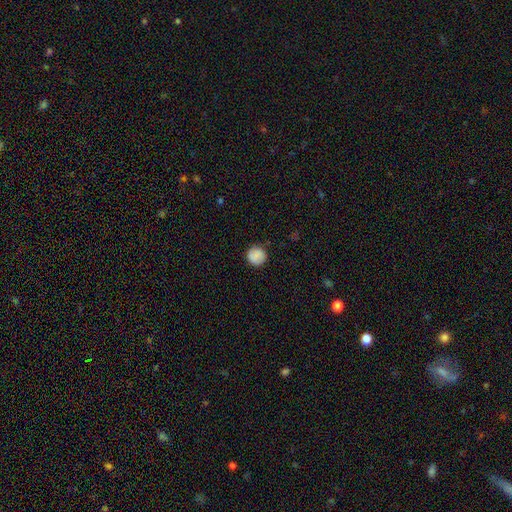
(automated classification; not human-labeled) smooth-or-featured: smooth: 86% | star or artifact: 8% | featured or disk: 6%
  how-rounded: round: 93% | in between: 6% | cigar-shaped: 1%
  merging: none: 87% | minor disturbance: 10% | major disturbance: 3% | merger: 1%